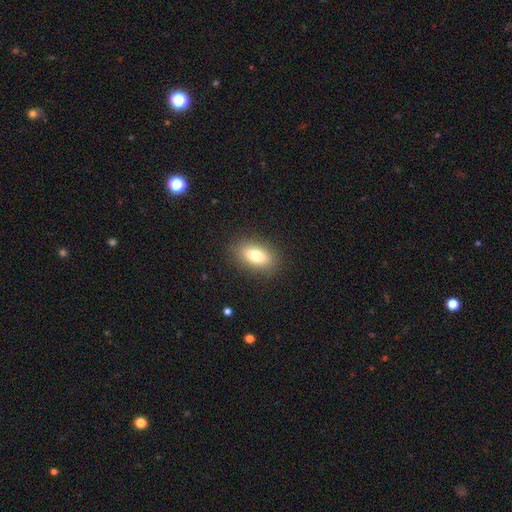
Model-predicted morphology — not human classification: Smooth or featured: smooth — 79% (featured or disk — 12%)
How rounded: in between — 87% (round — 9%)
Merging: none — 87% (minor disturbance — 9%)